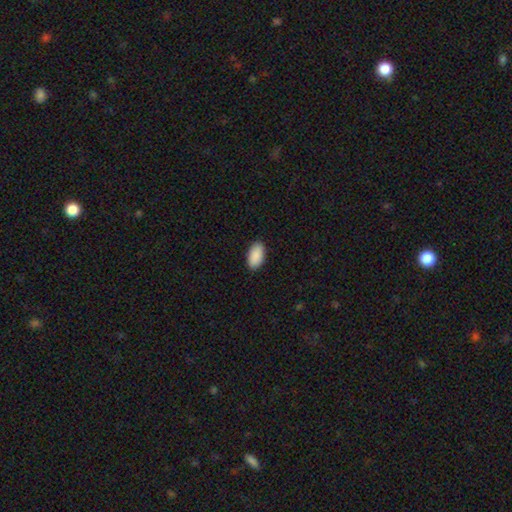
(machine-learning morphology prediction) This is clearly a smooth galaxy (91%). How rounded: clearly in between (95%). Merging: clearly none (90%).